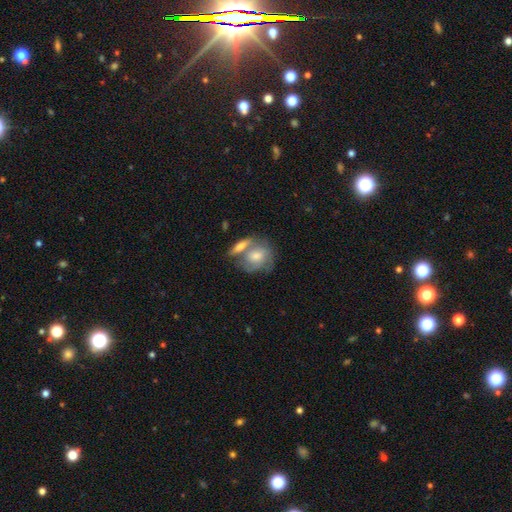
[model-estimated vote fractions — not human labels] The model was most divided on "merging": merger: 43%, none: 37%, minor disturbance: 13%, major disturbance: 7%. More confident: edge-on disk — no (91%); smooth or featured — featured or disk (50%).